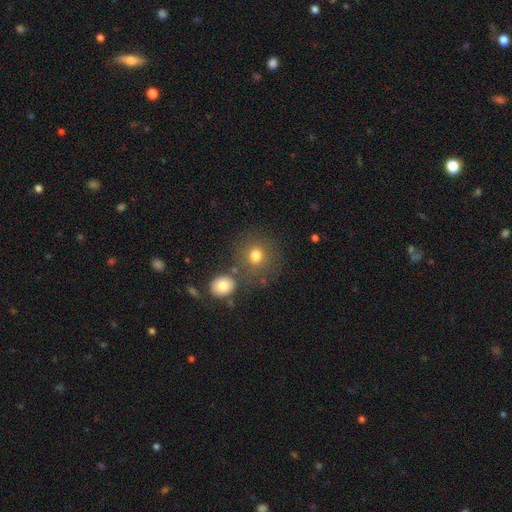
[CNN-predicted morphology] smooth-or-featured: smooth: 77% | star or artifact: 13% | featured or disk: 10%
  how-rounded: round: 82% | in between: 17% | cigar-shaped: 1%
  merging: none: 72% | minor disturbance: 11% | merger: 10% | major disturbance: 6%